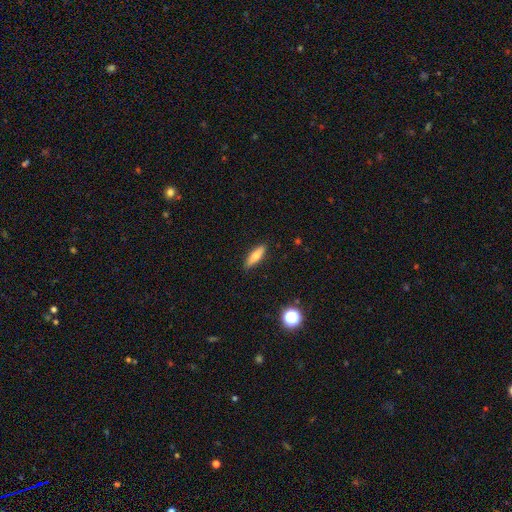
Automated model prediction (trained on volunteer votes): Q: Smooth or featured?
A: smooth (67%); runner-up: featured or disk (25%)
Q: How rounded?
A: cigar-shaped (57%); runner-up: in between (41%)
Q: Merging?
A: none (88%); runner-up: minor disturbance (9%)